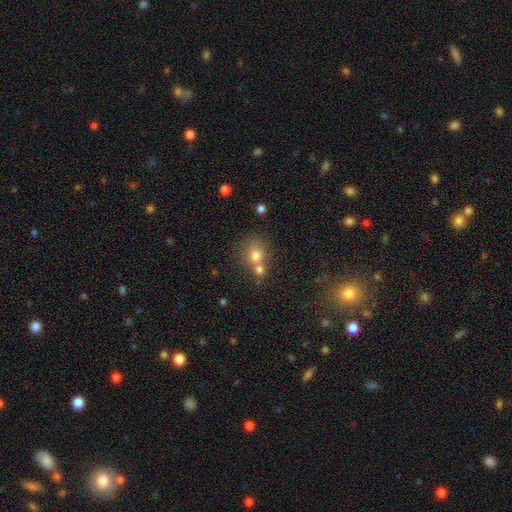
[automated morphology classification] The model was most divided on "merging": merger: 49%, none: 38%, minor disturbance: 8%, major disturbance: 4%. More confident: how rounded — round (77%); smooth or featured — smooth (75%).